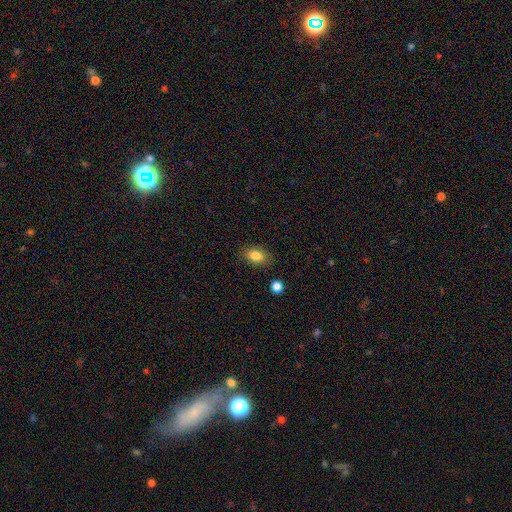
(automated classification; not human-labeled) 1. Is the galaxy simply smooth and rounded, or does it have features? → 84% smooth, 9% star or artifact, 7% featured or disk.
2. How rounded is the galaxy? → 85% in between, 14% round, 2% cigar-shaped.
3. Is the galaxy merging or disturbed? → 84% none, 11% minor disturbance, 3% major disturbance, 2% merger.